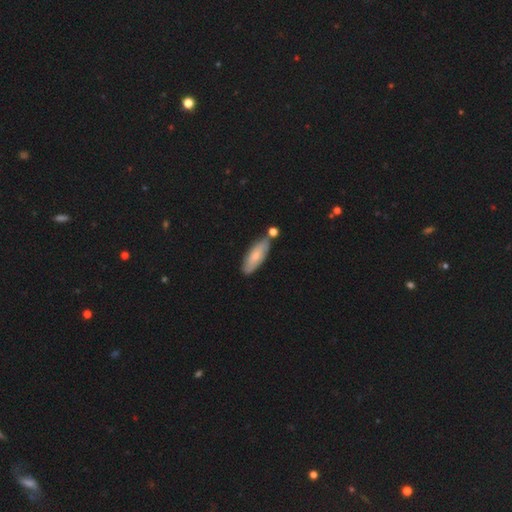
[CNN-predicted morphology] Smooth or featured: smooth — 70% (featured or disk — 24%)
How rounded: in between — 59% (cigar-shaped — 39%)
Merging: none — 69% (minor disturbance — 15%)